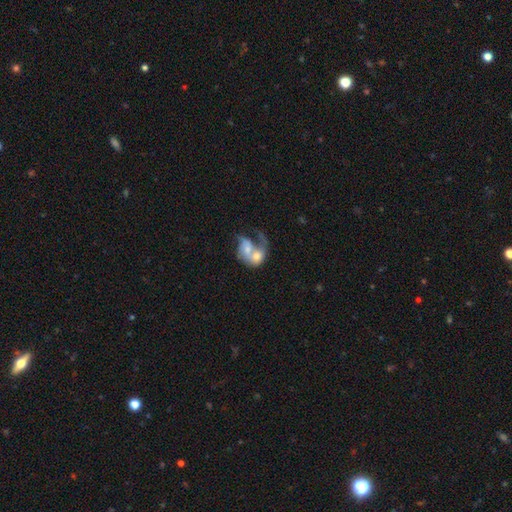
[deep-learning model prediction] featured or disk 53%, smooth 39%, star or artifact 7%. Down the decision tree: edge-on disk — no (97%); bar — no (72%); spiral arms — yes (63%); bulge size — moderate (43%); merging — merger (71%).